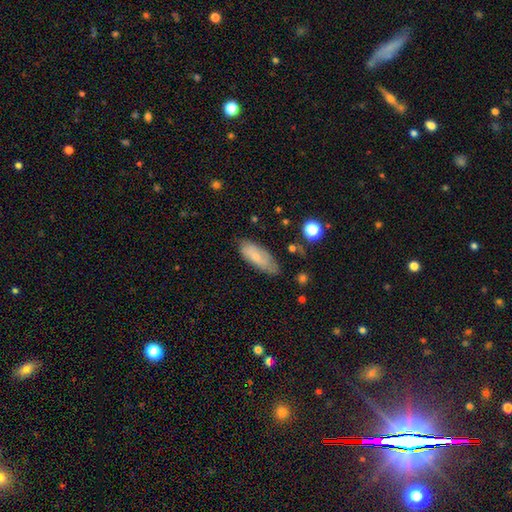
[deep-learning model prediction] smooth 67%, featured or disk 26%, star or artifact 7%. Down the decision tree: how rounded — in between (73%); merging — none (69%).